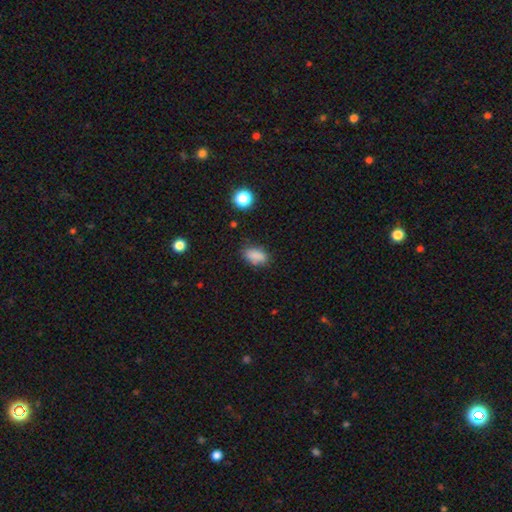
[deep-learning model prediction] This appears to be a smooth galaxy with no disk features (85%) that is in between round and cigar-shaped (87%). Merging: none (77%).